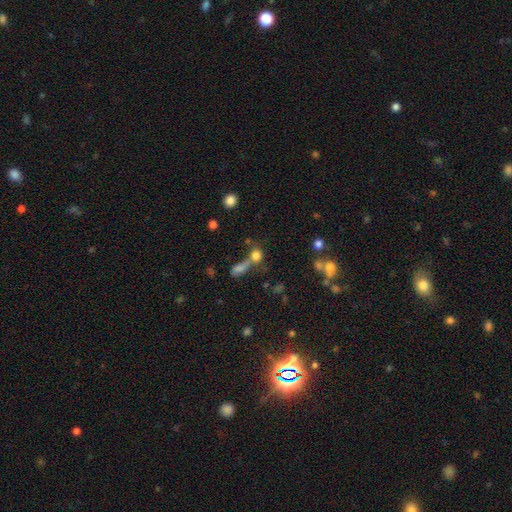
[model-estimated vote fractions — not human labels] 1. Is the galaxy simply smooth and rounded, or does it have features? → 74% smooth, 16% star or artifact, 10% featured or disk.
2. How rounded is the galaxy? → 68% round, 28% in between, 4% cigar-shaped.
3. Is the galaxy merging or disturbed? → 44% merger, 39% none, 9% minor disturbance, 8% major disturbance.